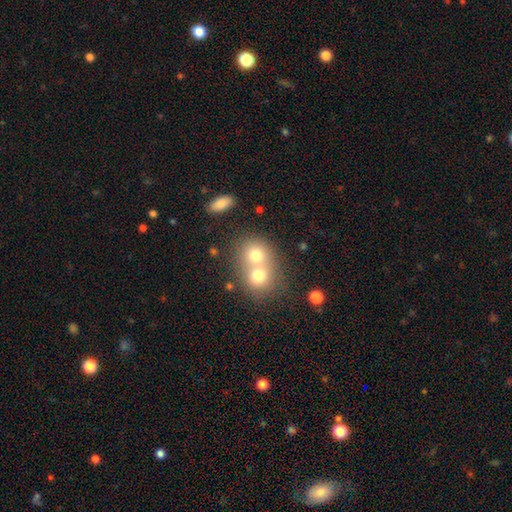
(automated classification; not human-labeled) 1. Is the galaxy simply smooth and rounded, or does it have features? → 72% smooth, 17% featured or disk, 11% star or artifact.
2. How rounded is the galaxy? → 73% round, 26% in between, 1% cigar-shaped.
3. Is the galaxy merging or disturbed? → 65% merger, 27% none, 5% minor disturbance, 3% major disturbance.